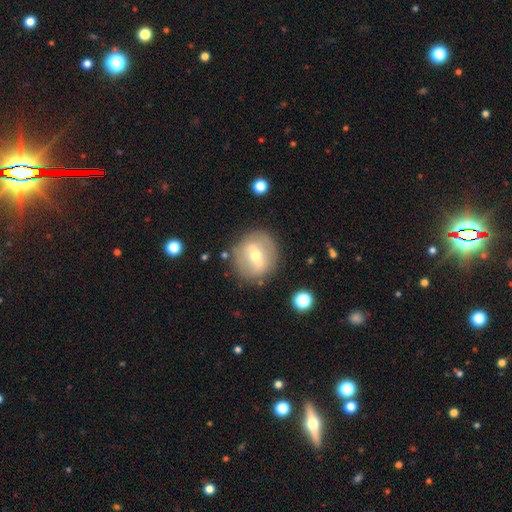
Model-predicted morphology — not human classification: A featured or disk galaxy (54%).

Vote fractions:
- Smooth or featured? featured or disk: 54% / smooth: 38% / star or artifact: 8%
- Edge-on disk? no: 88% / yes: 12%
- Merging? none: 83% / minor disturbance: 11% / major disturbance: 4% / merger: 2%